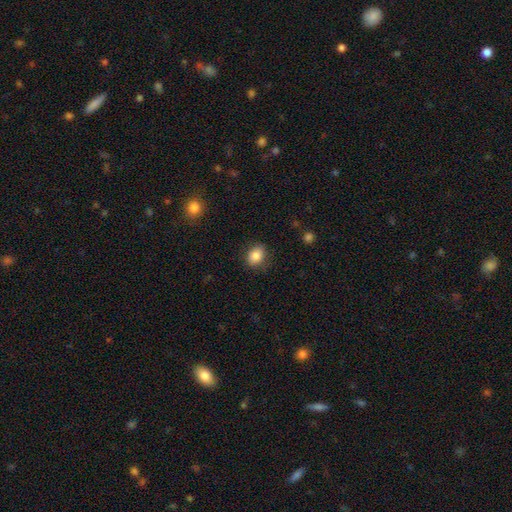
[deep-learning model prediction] Morphology: type=smooth (85%); roundness=in between (63%); merging=none (83%).